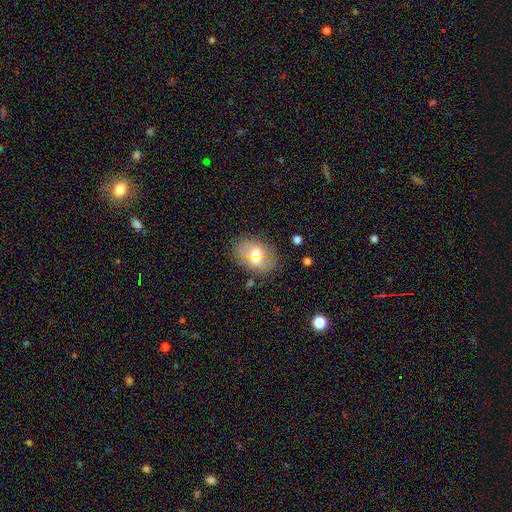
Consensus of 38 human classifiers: Smooth or featured: smooth — 68% (featured or disk — 24%)
How rounded: in between — 69% (round — 31%)
Merging: none — 60% (minor disturbance — 20%)